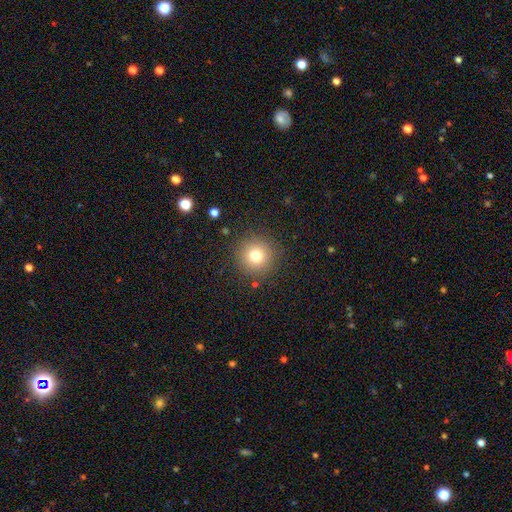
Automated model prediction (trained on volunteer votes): smooth 76%, star or artifact 14%, featured or disk 10%. Down the decision tree: how rounded — round (95%); merging — none (88%).